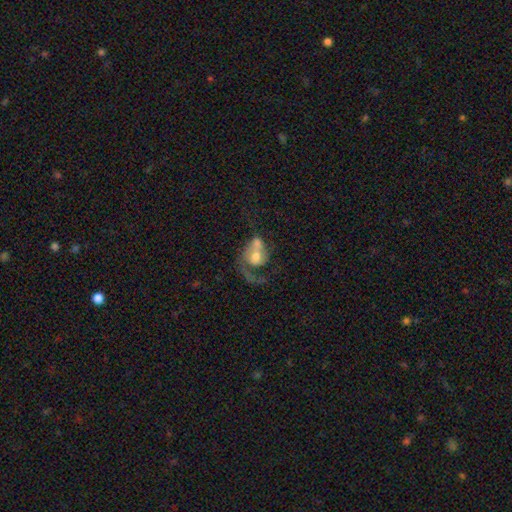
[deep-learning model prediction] This appears to be a featured or disk galaxy (58%) with no bar (72%), spiral arms (73%) and a moderate central bulge (50%). Merging: merger (53%).